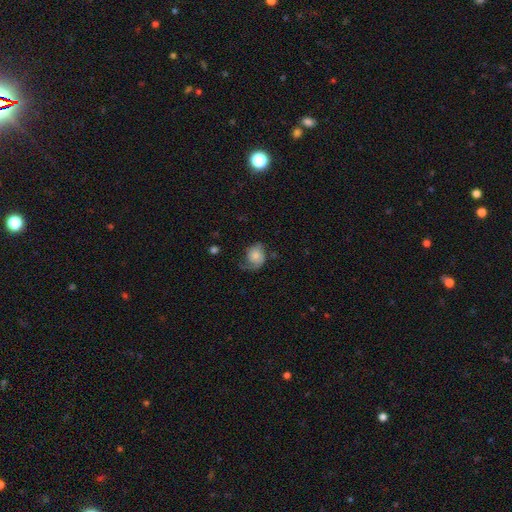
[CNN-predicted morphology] A smooth galaxy with no disk features (51%) that is round (57%). Merging: none (42%).